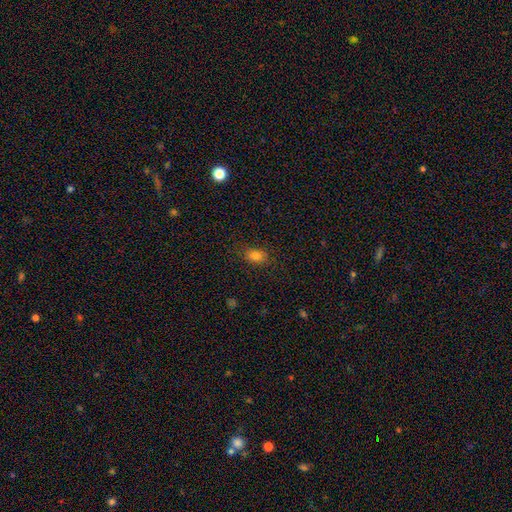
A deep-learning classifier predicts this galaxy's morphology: This appears to be a smooth galaxy with no disk features (80%) that is in between round and cigar-shaped (73%). Merging: none (82%).